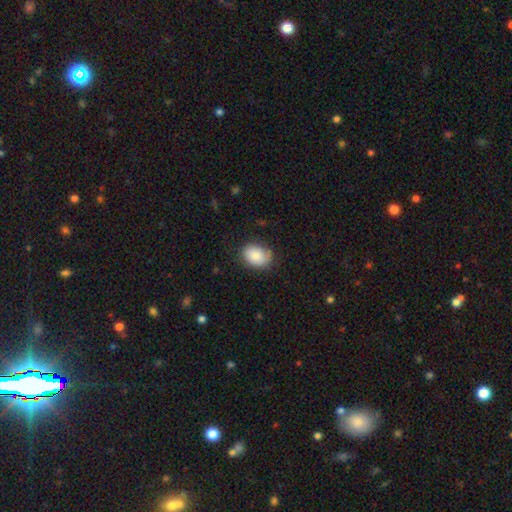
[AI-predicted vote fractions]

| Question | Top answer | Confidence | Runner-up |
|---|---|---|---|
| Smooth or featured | smooth | 83% | featured or disk (10%) |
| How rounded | in between | 68% | round (31%) |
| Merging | none | 70% | minor disturbance (23%) |